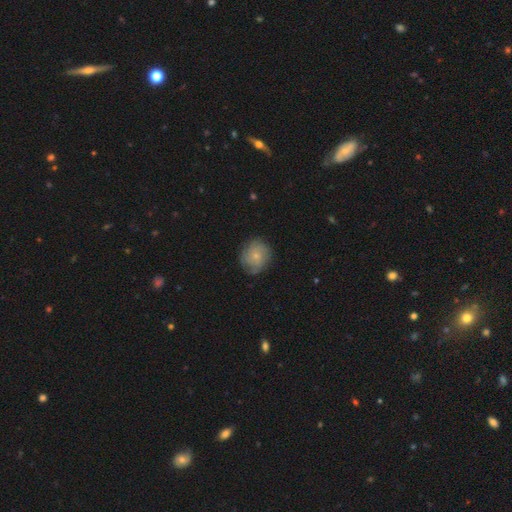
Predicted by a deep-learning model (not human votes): Smooth or featured: smooth — 52% (featured or disk — 39%)
How rounded: round — 75% (in between — 24%)
Merging: none — 76% (minor disturbance — 18%)